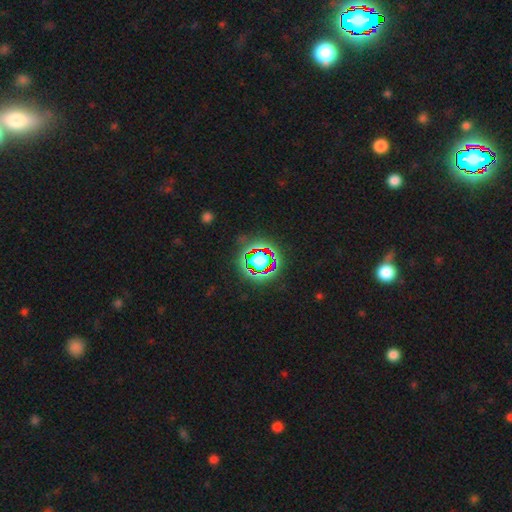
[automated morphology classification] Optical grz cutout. It shows a star or artifact, not a galaxy (76%).